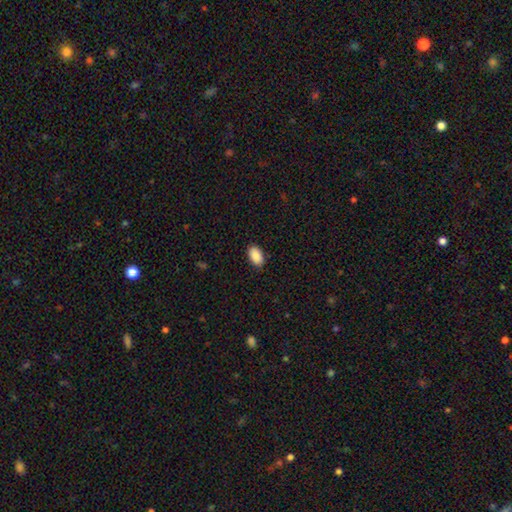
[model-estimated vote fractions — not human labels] The model was most divided on "merging": none: 88%, minor disturbance: 9%, major disturbance: 2%, merger: 1%. More confident: how rounded — in between (93%); smooth or featured — smooth (90%).